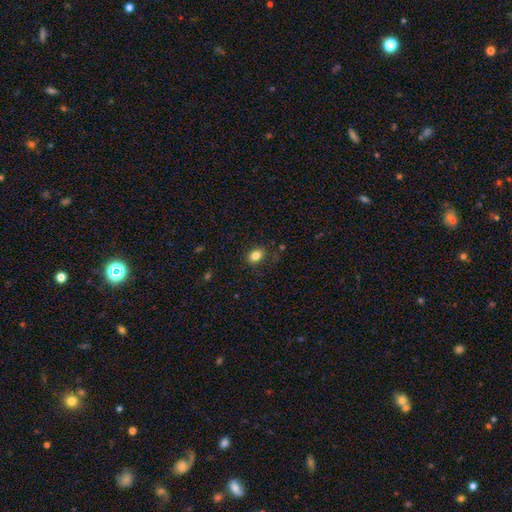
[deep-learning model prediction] A smooth galaxy with no disk features (82%) that is in between round and cigar-shaped (77%).

Vote fractions:
- Smooth or featured? smooth: 82% / star or artifact: 10% / featured or disk: 8%
- How rounded? in between: 77% / round: 22% / cigar-shaped: 1%
- Merging? none: 81% / minor disturbance: 14% / major disturbance: 4% / merger: 2%